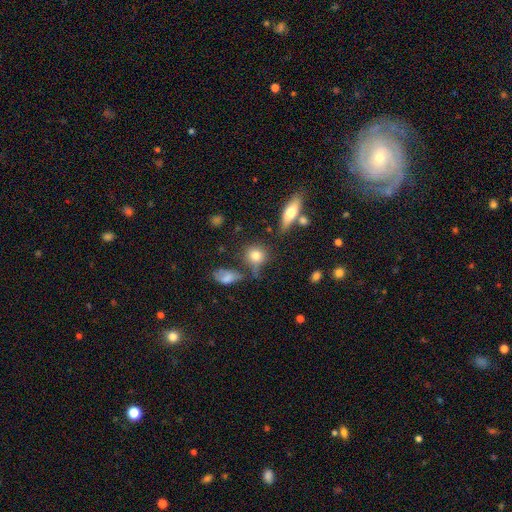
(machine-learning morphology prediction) smooth_or_featured: smooth (p=0.77) [alt: featured or disk p=0.12]
how_rounded: round (p=0.74) [alt: in between p=0.23]
merging: none (p=0.60) [alt: minor disturbance p=0.18]